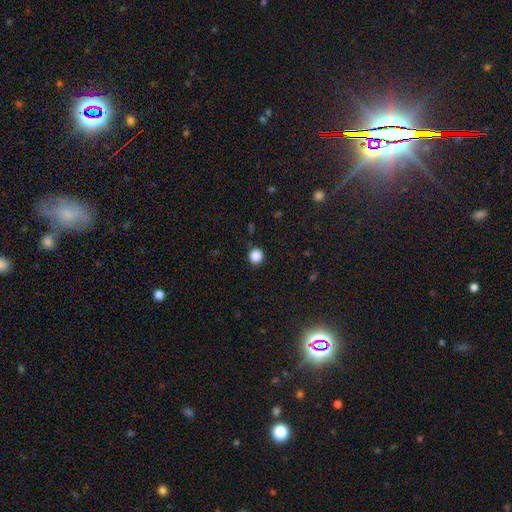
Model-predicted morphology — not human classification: type=smooth (86%); roundness=round (93%); merging=none (88%).